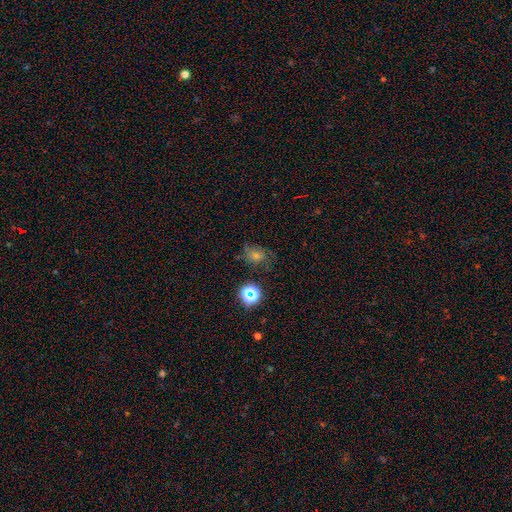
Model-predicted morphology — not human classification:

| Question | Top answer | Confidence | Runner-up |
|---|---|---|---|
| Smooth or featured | star or artifact | 39% | smooth (37%) |